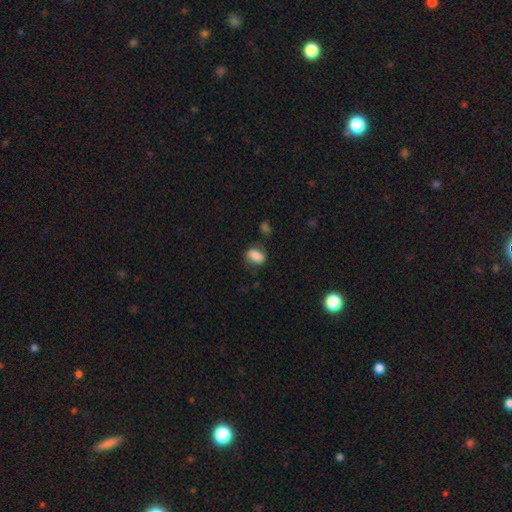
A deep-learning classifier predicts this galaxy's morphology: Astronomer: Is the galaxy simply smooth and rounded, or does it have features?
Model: smooth — 76%.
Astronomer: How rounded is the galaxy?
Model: in between — 73%.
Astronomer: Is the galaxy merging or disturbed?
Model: none — 63%.